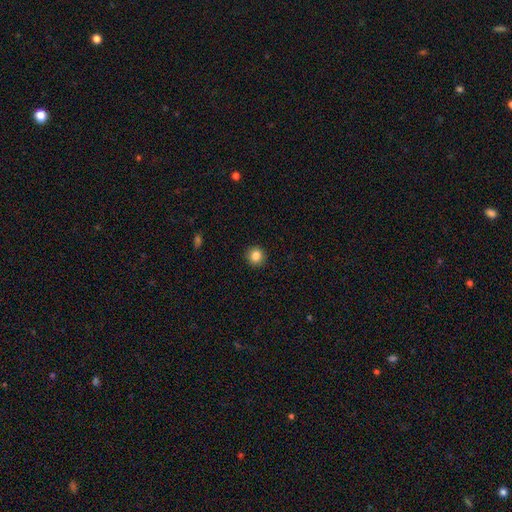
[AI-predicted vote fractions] This is clearly a smooth galaxy (85%). How rounded: clearly round (91%). Merging: clearly none (92%).